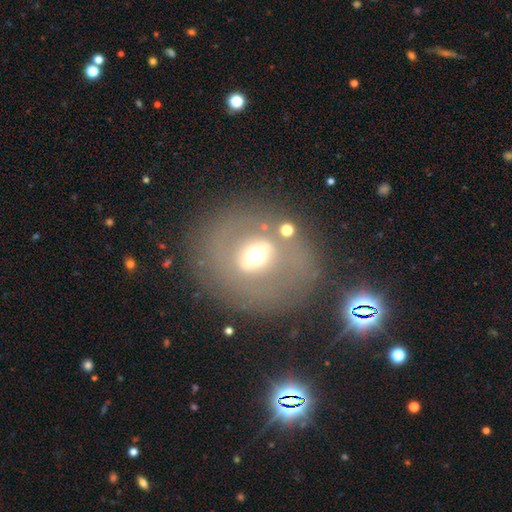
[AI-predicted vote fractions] This appears to be a featured or disk galaxy (50%). Merging: none (75%).